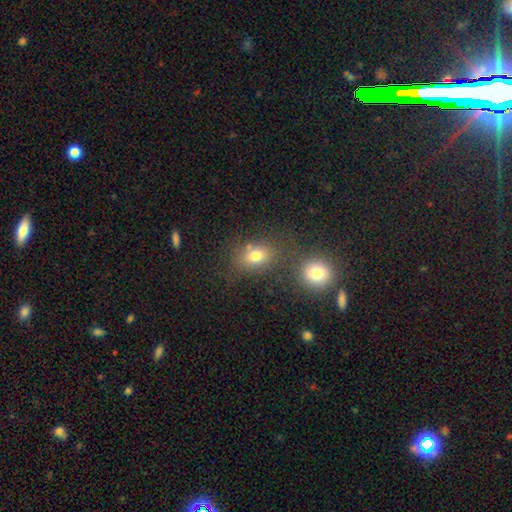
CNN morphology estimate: Smooth or featured?
  - smooth: 74% *
  - star or artifact: 15%
  - featured or disk: 11%
How rounded?
  - in between: 59% *
  - round: 40%
  - cigar-shaped: 2%
Merging?
  - none: 61% *
  - merger: 21%
  - minor disturbance: 12%
  - major disturbance: 6%